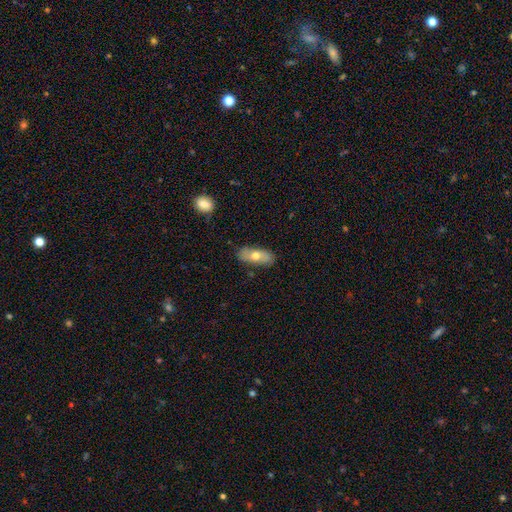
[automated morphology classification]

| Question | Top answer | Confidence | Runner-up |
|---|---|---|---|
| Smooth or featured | smooth | 62% | featured or disk (31%) |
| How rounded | in between | 80% | cigar-shaped (17%) |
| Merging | none | 83% | minor disturbance (13%) |